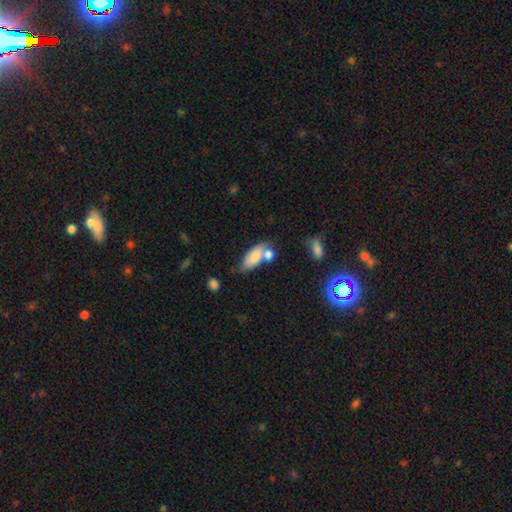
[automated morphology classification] Smooth or featured?
  - smooth: 75% *
  - featured or disk: 17%
  - star or artifact: 7%
How rounded?
  - in between: 85% *
  - cigar-shaped: 11%
  - round: 4%
Merging?
  - none: 38% *
  - merger: 36%
  - minor disturbance: 19%
  - major disturbance: 7%